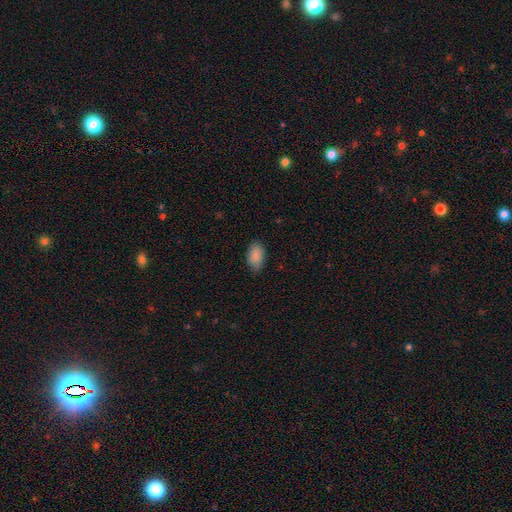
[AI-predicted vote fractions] smooth 89%, star or artifact 7%, featured or disk 4%. Down the decision tree: how rounded — in between (93%); merging — none (79%).